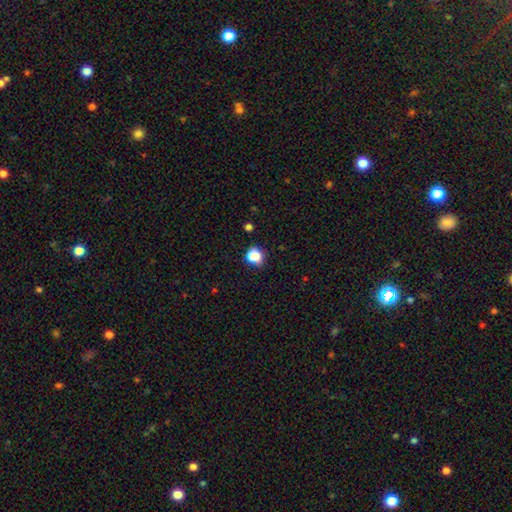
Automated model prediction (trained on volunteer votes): smooth_or_featured: smooth (p=0.80) [alt: star or artifact p=0.14]
how_rounded: round (p=0.70) [alt: in between p=0.29]
merging: none (p=0.74) [alt: minor disturbance p=0.17]